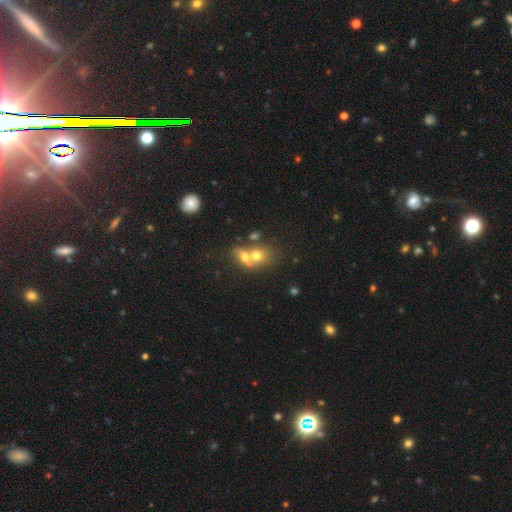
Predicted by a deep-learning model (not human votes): Smooth or featured?
  - smooth: 60% *
  - featured or disk: 25%
  - star or artifact: 14%
How rounded?
  - round: 54% *
  - in between: 44%
  - cigar-shaped: 2%
Merging?
  - merger: 63% *
  - none: 26%
  - minor disturbance: 7%
  - major disturbance: 4%